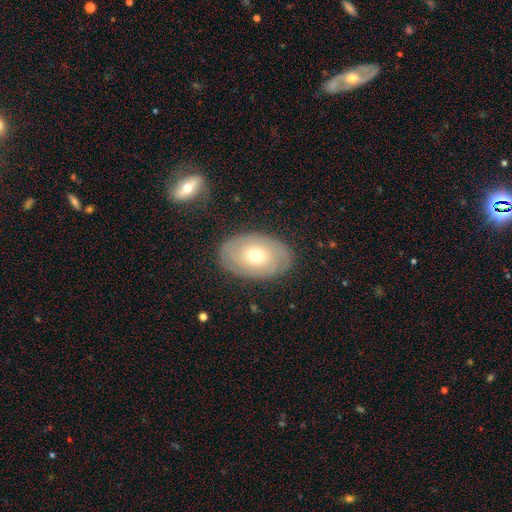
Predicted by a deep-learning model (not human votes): Morphology: type=featured or disk (55%); edge-on=no (92%); bar=no (84%); spiral arms=yes (60%); bulge=moderate (62%); merging=none (83%).